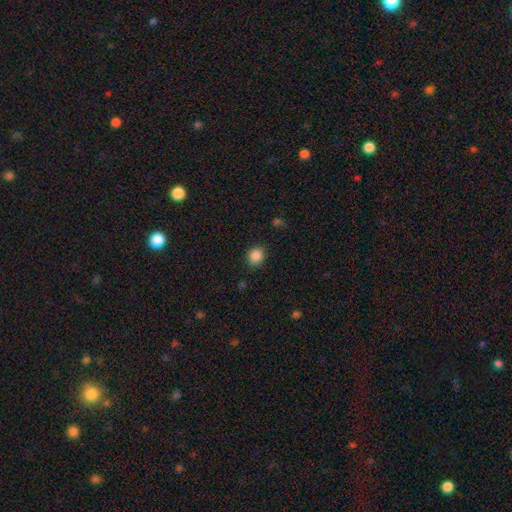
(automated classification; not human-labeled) This is clearly a smooth galaxy (87%). How rounded: likely round (73%). Merging: clearly none (88%).